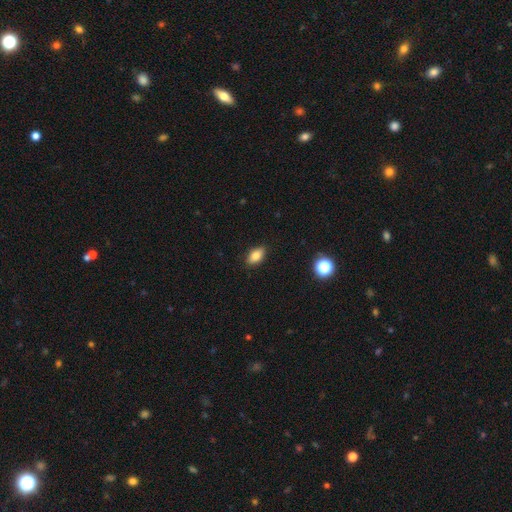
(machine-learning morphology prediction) This is clearly a smooth galaxy (82%). How rounded: clearly in between (88%). Merging: clearly none (87%).